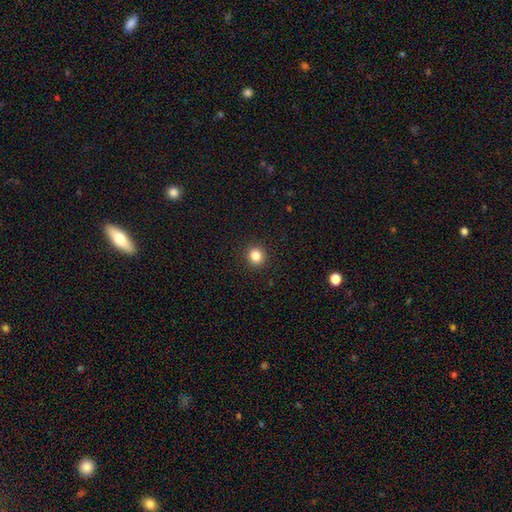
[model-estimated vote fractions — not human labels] Smooth or featured? smooth (84%)
How rounded? round (91%)
Merging? none (92%)